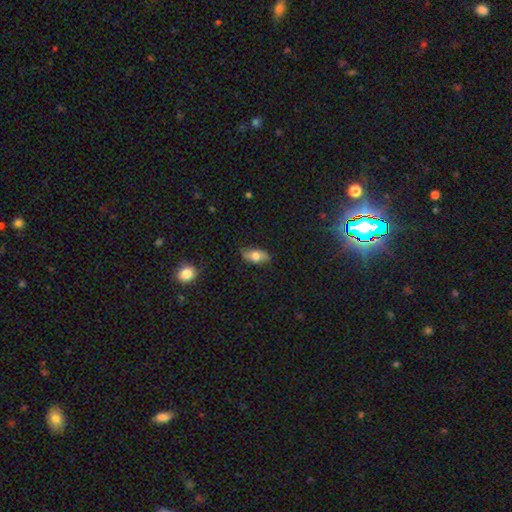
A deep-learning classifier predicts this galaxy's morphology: type=smooth (64%); roundness=in between (87%); merging=none (78%).